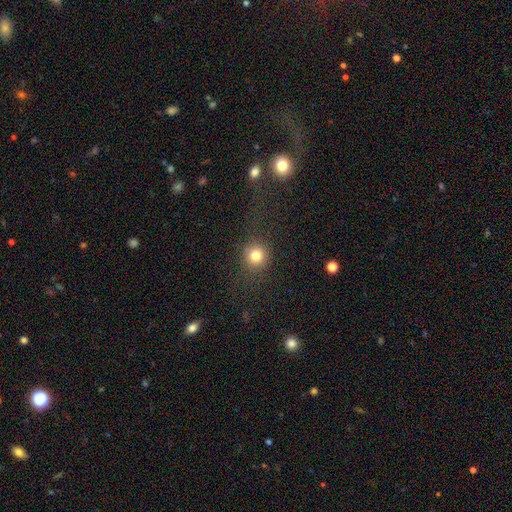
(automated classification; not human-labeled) This appears to be a smooth galaxy with no disk features (80%) that is round (91%). Merging: none (82%).